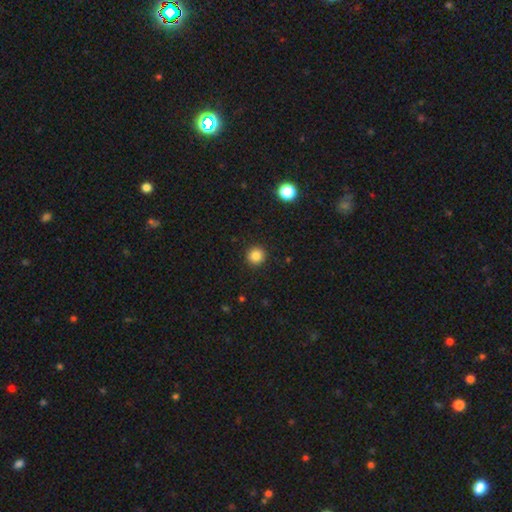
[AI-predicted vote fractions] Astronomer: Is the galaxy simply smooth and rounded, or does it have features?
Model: smooth — 85%.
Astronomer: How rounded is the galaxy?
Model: round — 94%.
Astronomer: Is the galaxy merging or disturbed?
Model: none — 93%.